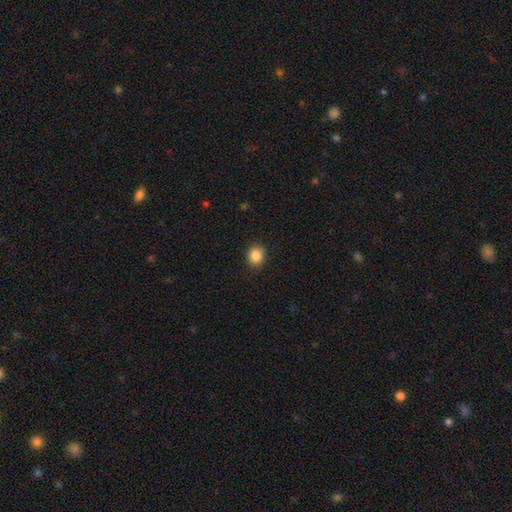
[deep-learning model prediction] Smooth or featured? smooth (86%)
How rounded? round (73%)
Merging? none (90%)